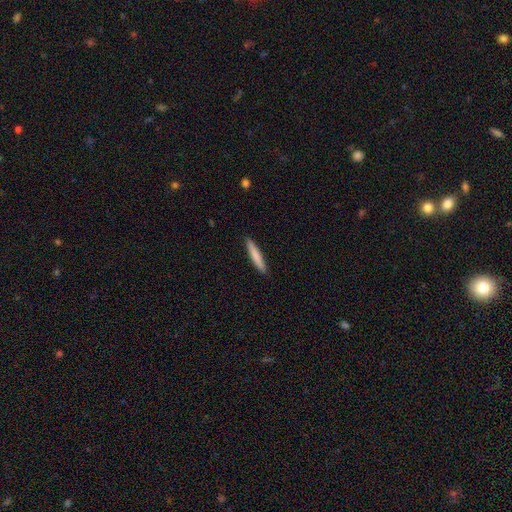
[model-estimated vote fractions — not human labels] A smooth galaxy with no disk features (79%) that is cigar-shaped (93%). Merging: none (91%).